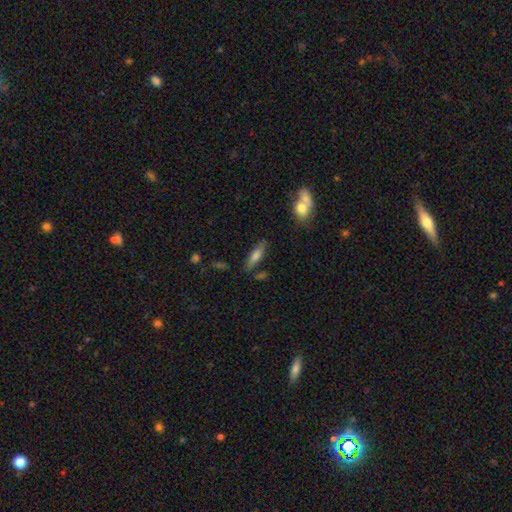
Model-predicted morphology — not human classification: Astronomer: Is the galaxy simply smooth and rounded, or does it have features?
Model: smooth — 68%.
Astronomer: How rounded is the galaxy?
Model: cigar-shaped — 53% (runner-up: in between, 45%).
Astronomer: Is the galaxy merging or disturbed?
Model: none — 77%.